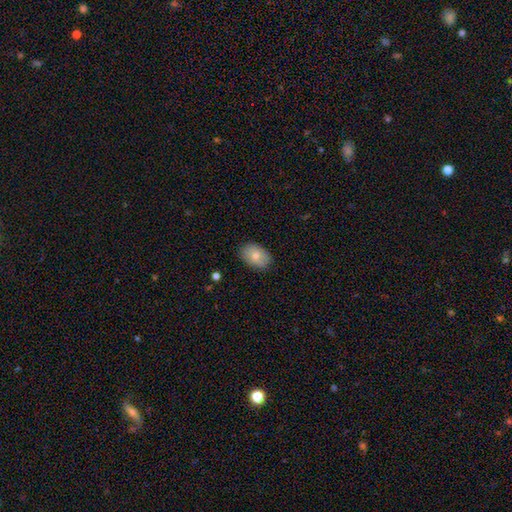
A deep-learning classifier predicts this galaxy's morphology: type=smooth (79%); roundness=in between (85%); merging=none (87%).